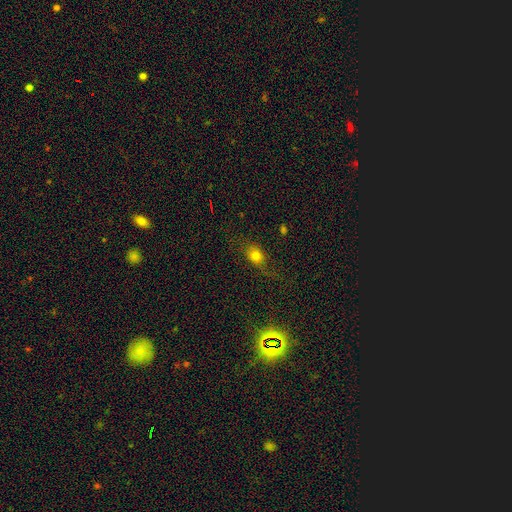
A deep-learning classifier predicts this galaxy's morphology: Smooth or featured? smooth (67%)
How rounded? in between (57%)
Merging? none (62%)